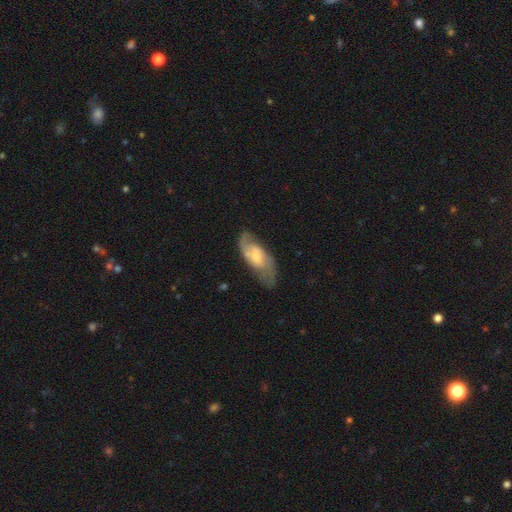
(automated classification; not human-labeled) featured or disk 70%, smooth 25%, star or artifact 6%. Down the decision tree: edge-on disk — no (91%); bar — no (46%); spiral arms — yes (88%); spiral arm count — 2 (77%); spiral winding — medium (48%); bulge size — moderate (46%); merging — none (66%).